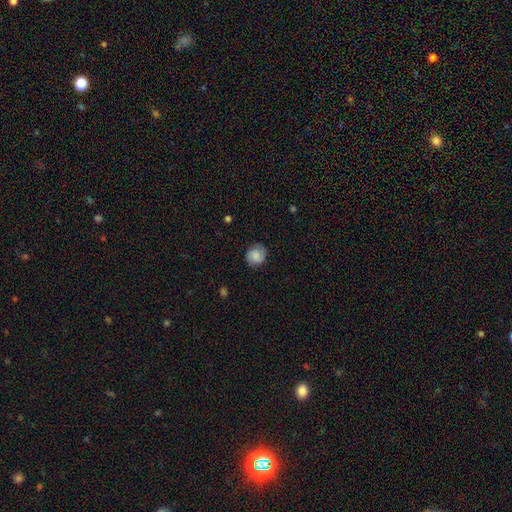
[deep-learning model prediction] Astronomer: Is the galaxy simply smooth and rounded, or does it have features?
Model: smooth — 73%.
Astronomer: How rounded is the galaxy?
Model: round — 82%.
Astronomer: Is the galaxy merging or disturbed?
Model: none — 83%.